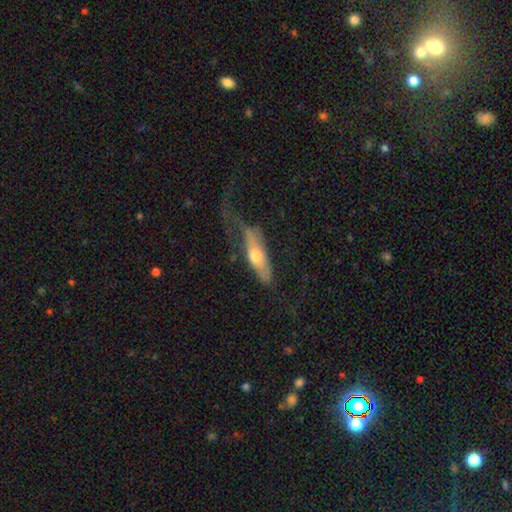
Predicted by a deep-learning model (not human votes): Smooth or featured? Predicted: smooth (p=0.50). How rounded? Predicted: cigar-shaped (p=0.51). Merging? Predicted: major disturbance (p=0.43).